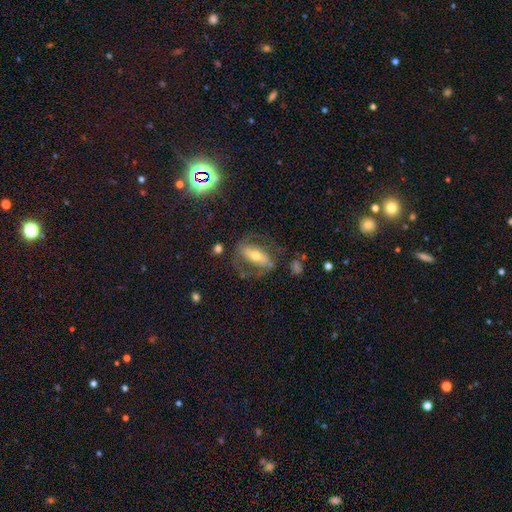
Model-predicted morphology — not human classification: smooth_or_featured: featured or disk (p=0.67) [alt: smooth p=0.24]
disk_edge_on: no (p=0.89) [alt: yes p=0.11]
bar: strong (p=0.54) [alt: weak p=0.24]
has_spiral_arms: yes (p=0.71) [alt: no p=0.29]
bulge_size: moderate (p=0.57) [alt: small p=0.31]
merging: none (p=0.61) [alt: major disturbance p=0.19]